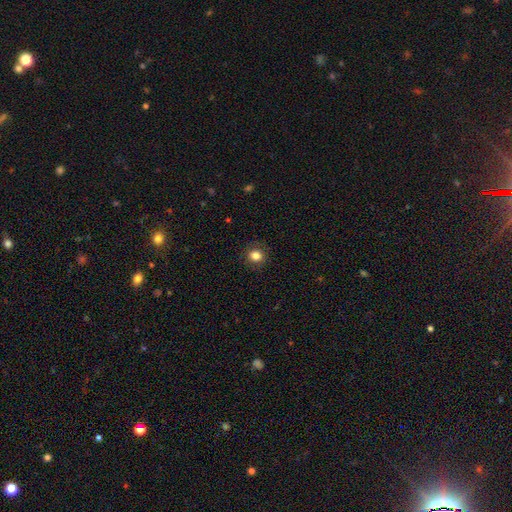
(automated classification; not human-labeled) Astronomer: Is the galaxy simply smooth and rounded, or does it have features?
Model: smooth — 83%.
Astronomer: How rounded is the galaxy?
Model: round — 86%.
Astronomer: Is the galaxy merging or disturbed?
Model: none — 89%.